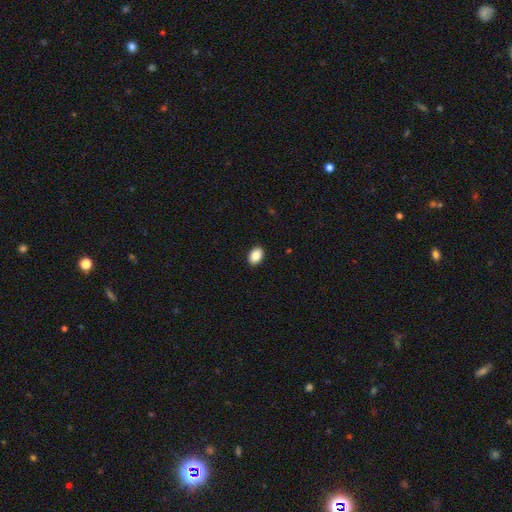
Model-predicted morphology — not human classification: Smooth or featured? smooth (87%)
How rounded? in between (84%)
Merging? none (91%)